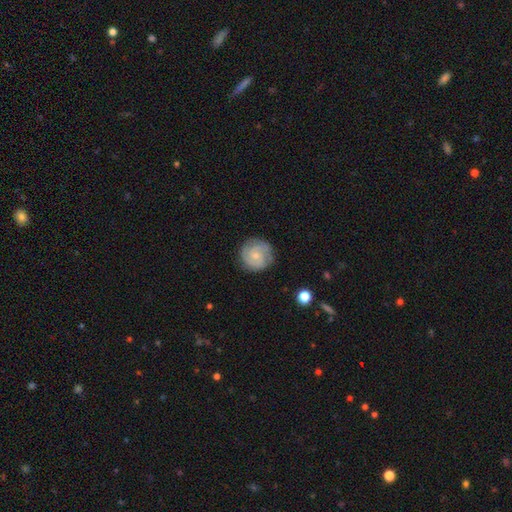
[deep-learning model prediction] This is likely a featured or disk galaxy (77%). It is clearly not viewed edge-on (98%). Bar: likely no (68%). Spiral arm pattern: clearly yes (95%). Spiral arm count: possibly 2 (58%). Spiral winding: likely tight (70%). Central bulge: likely small (72%). Merging: clearly none (82%).